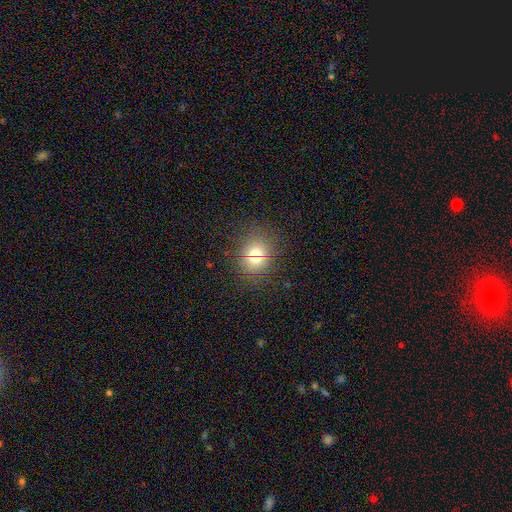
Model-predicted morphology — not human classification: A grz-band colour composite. It shows a smooth galaxy with no disk features (65%) that is round (80%). Merging: none (84%).